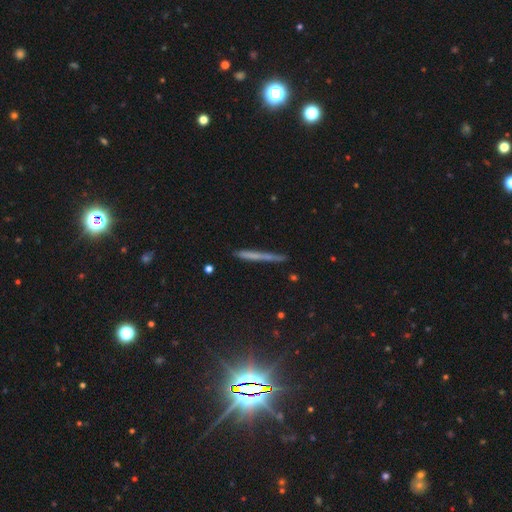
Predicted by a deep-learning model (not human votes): Smooth or featured: smooth — 52% (featured or disk — 36%)
How rounded: cigar-shaped — 96% (in between — 2%)
Merging: none — 82% (minor disturbance — 13%)